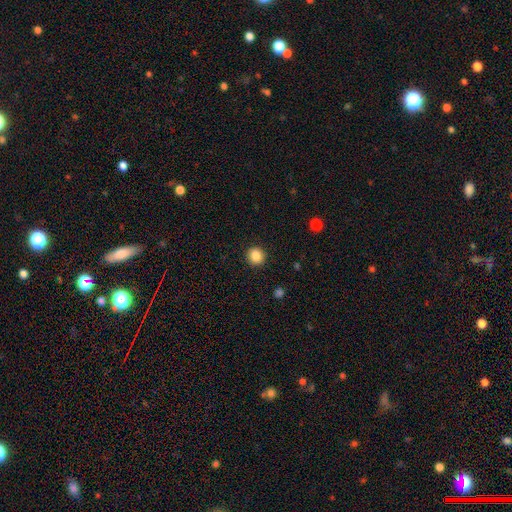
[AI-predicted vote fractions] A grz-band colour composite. It shows a smooth galaxy with no disk features (87%) that is round (90%). Merging: none (92%).